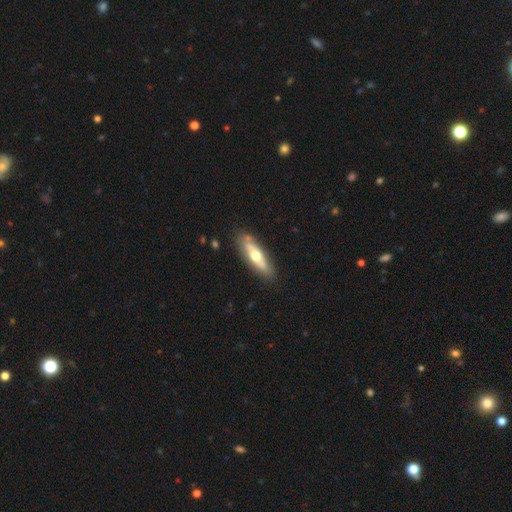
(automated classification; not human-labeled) This is possibly a featured or disk galaxy (51%). It is possibly not viewed edge-on (51%). Merging: likely none (80%).